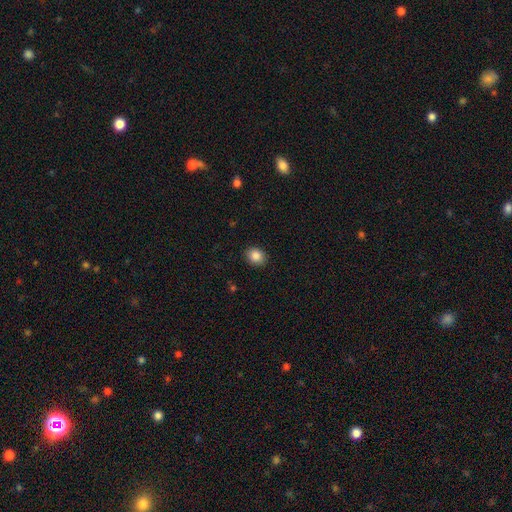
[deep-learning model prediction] This is clearly a smooth galaxy (86%). How rounded: possibly round (55%). Merging: clearly none (89%).